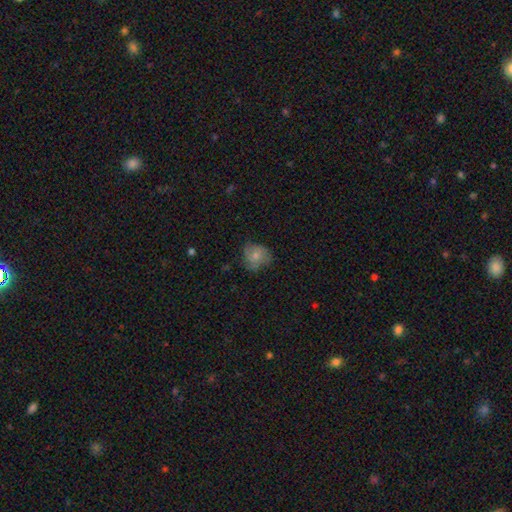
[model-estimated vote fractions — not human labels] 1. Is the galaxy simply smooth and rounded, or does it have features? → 70% smooth, 22% featured or disk, 8% star or artifact.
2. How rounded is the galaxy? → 76% round, 23% in between, 1% cigar-shaped.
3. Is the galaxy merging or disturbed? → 61% none, 28% minor disturbance, 9% major disturbance, 1% merger.